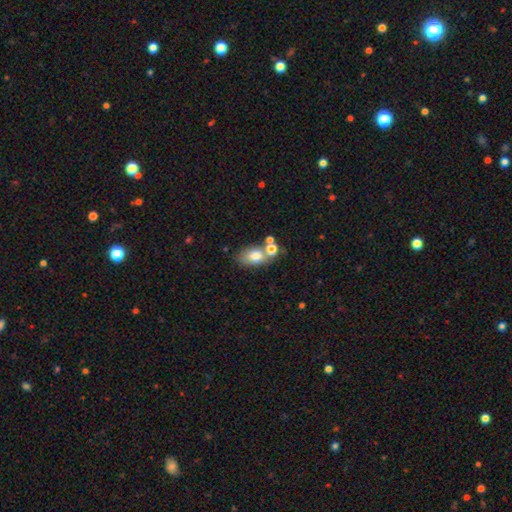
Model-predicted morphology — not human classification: smooth_or_featured: smooth (p=0.74) [alt: featured or disk p=0.15]
how_rounded: in between (p=0.84) [alt: round p=0.15]
merging: none (p=0.50) [alt: merger p=0.29]